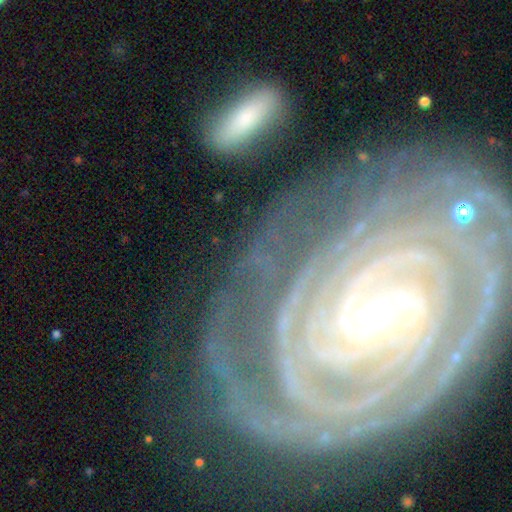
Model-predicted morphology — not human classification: The model was most divided on "bulge size": small: 46%, moderate: 45%, large: 6%, none: 2%, dominant: 2%. Remaining: spiral arms — yes (96%); edge-on disk — no (93%); smooth or featured — featured or disk (79%); spiral winding — tight (78%); merging — none (71%); bar — strong (37%); spiral arm count — can't tell (24%).